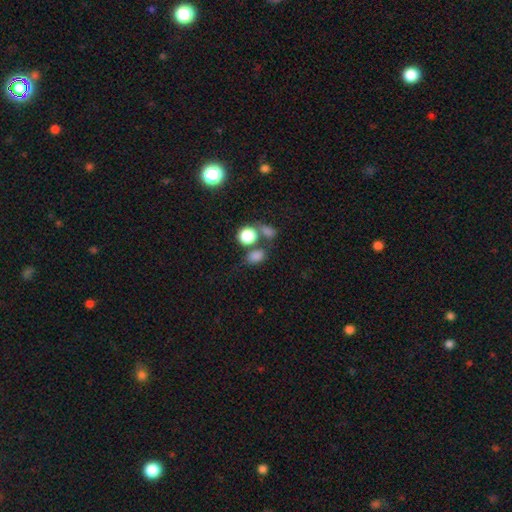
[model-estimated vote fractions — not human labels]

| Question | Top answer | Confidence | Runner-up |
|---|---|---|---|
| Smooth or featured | smooth | 81% | star or artifact (12%) |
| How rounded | in between | 64% | round (34%) |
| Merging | none | 52% | merger (28%) |